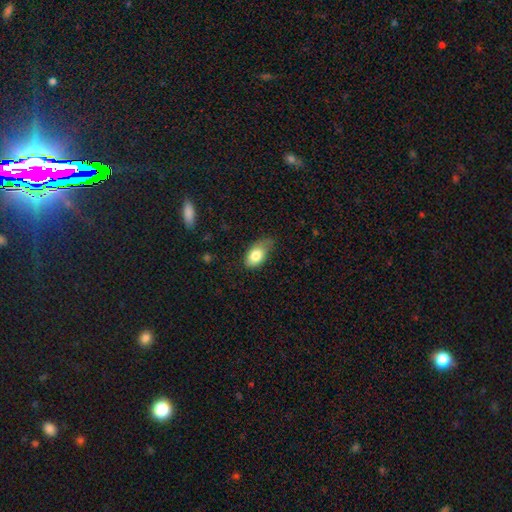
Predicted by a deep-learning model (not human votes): smooth 81%, featured or disk 12%, star or artifact 7%. Down the decision tree: how rounded — in between (90%); merging — minor disturbance (43%).